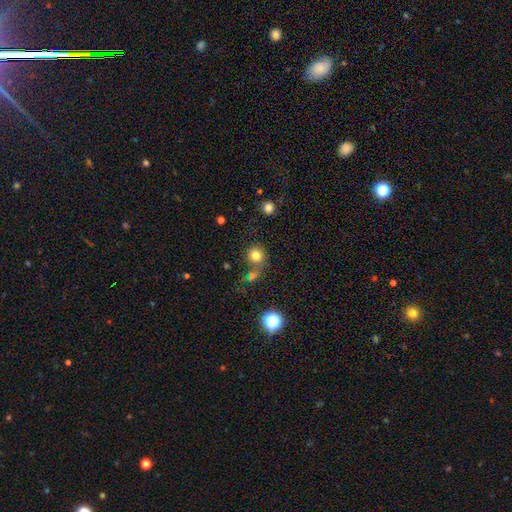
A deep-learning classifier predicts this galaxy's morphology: Smooth or featured?
  - smooth: 79% *
  - star or artifact: 14%
  - featured or disk: 7%
How rounded?
  - round: 91% *
  - in between: 8%
  - cigar-shaped: 1%
Merging?
  - none: 69% *
  - merger: 14%
  - minor disturbance: 11%
  - major disturbance: 5%